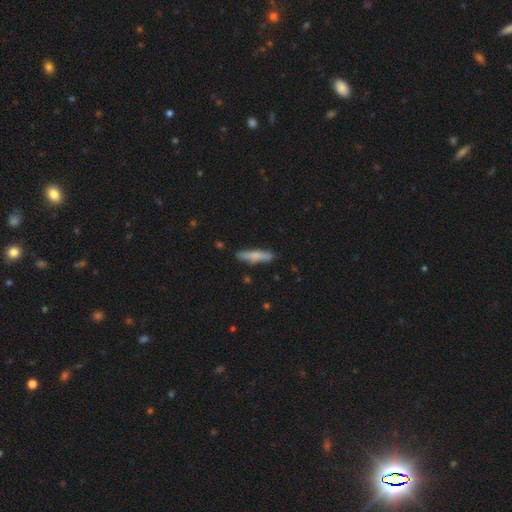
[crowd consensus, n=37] Smooth or featured? smooth (62%)
How rounded? cigar-shaped (91%)
Merging? none (83%)